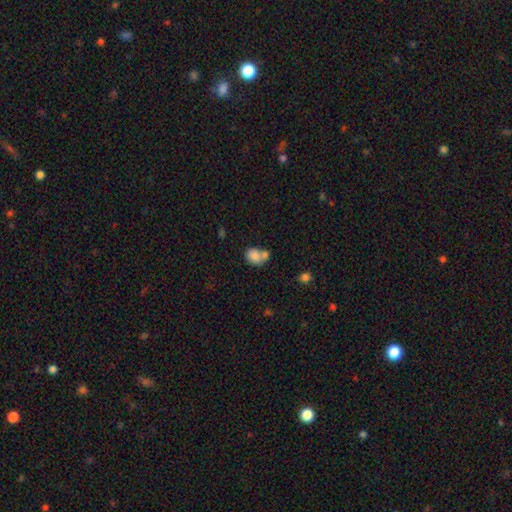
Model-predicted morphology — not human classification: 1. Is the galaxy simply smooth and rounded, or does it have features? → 81% smooth, 10% featured or disk, 9% star or artifact.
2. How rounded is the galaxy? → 58% in between, 41% round, 1% cigar-shaped.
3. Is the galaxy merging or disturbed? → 46% merger, 35% none, 13% minor disturbance, 5% major disturbance.